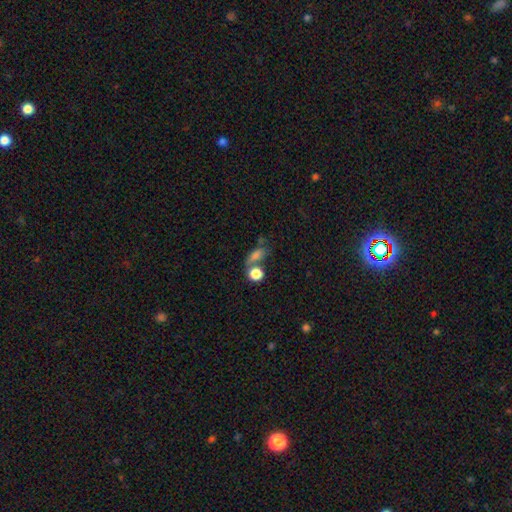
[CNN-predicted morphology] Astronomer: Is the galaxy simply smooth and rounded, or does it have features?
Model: smooth — 66%.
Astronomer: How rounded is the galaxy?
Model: in between — 58%.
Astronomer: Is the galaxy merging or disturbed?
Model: none — 43% (runner-up: merger, 31%).